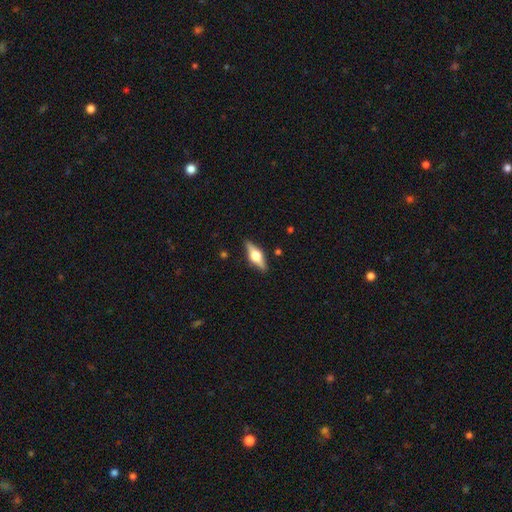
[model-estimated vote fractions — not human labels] smooth-or-featured: featured or disk: 70% | smooth: 24% | star or artifact: 6%
  disk-edge-on: yes: 96% | no: 4%
    edge-on-bulge: rounded: 95% | boxy: 4% | none: 1%
  merging: none: 89% | minor disturbance: 8% | major disturbance: 2% | merger: 1%